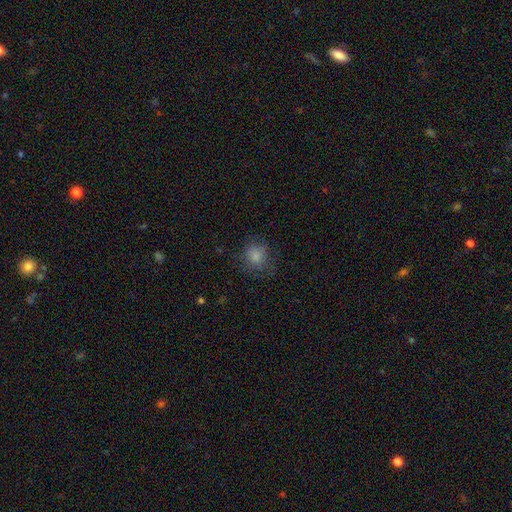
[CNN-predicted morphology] This appears to be a smooth galaxy with no disk features (81%) that is round (80%). Merging: none (70%).